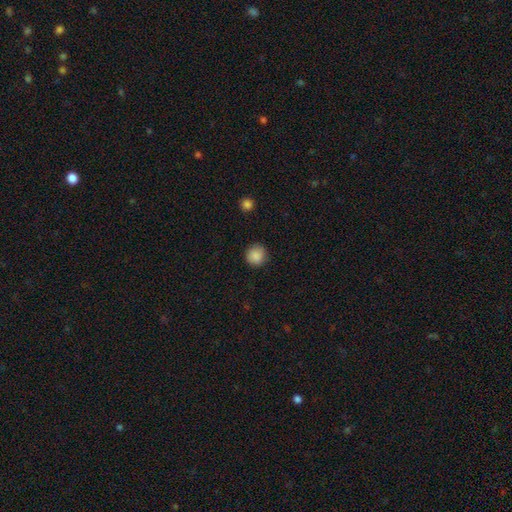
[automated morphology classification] This appears to be a smooth galaxy with no disk features (88%) that is round (92%). Merging: none (88%).